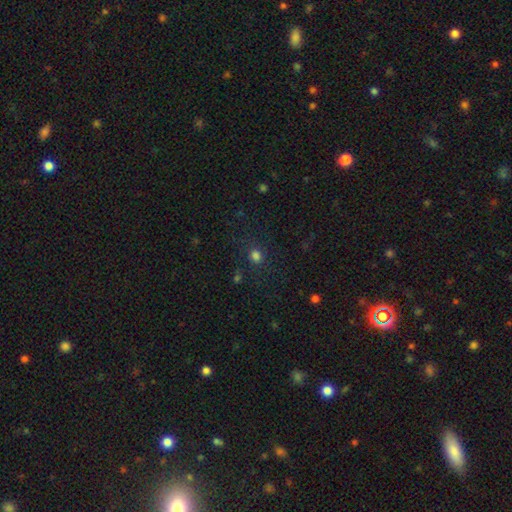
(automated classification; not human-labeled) A smooth galaxy with no disk features (77%) that is round (73%).

Vote fractions:
- Smooth or featured? smooth: 77% / star or artifact: 17% / featured or disk: 6%
- How rounded? round: 73% / in between: 25% / cigar-shaped: 1%
- Merging? none: 80% / minor disturbance: 11% / major disturbance: 6% / merger: 3%